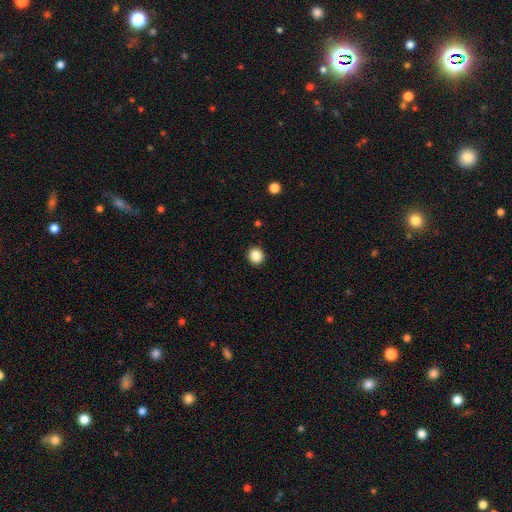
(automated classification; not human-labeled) Smooth or featured: smooth — 86% (star or artifact — 10%)
How rounded: round — 91% (in between — 8%)
Merging: none — 93% (minor disturbance — 5%)